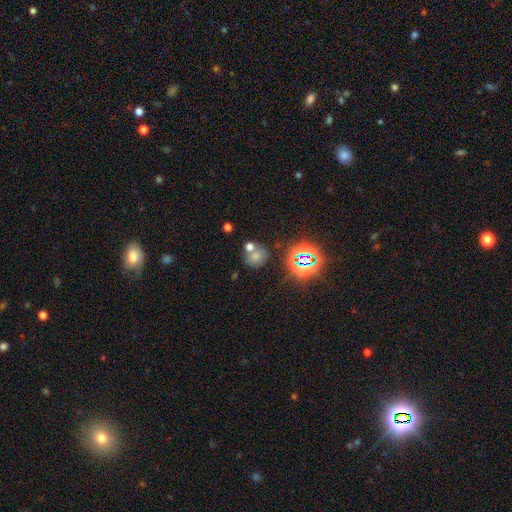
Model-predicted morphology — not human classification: This appears to be a smooth galaxy with no disk features (59%) that is round (75%). Merging: none (53%).